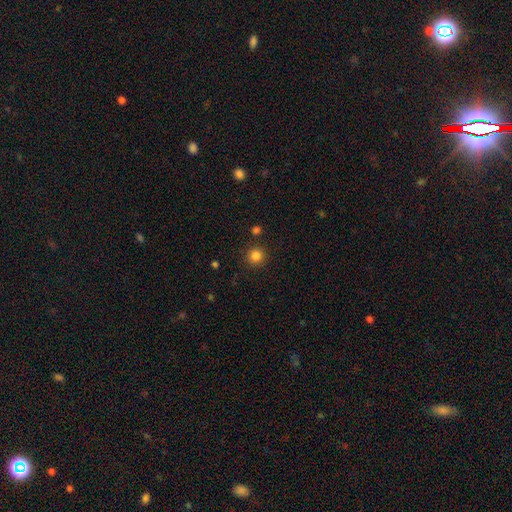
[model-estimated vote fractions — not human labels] Smooth or featured: smooth — 83% (star or artifact — 12%)
How rounded: round — 94% (in between — 5%)
Merging: none — 88% (minor disturbance — 6%)